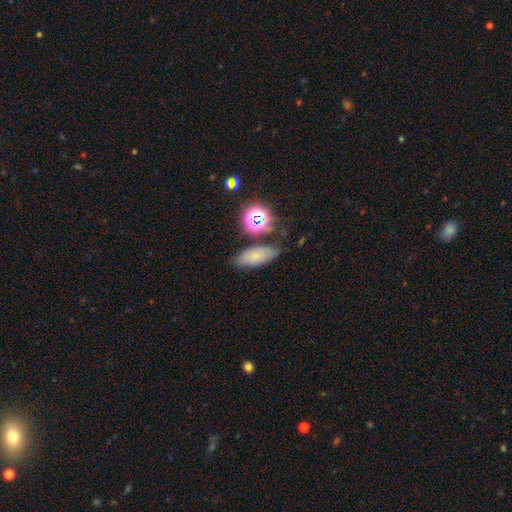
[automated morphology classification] This is likely a smooth galaxy (71%). How rounded: likely in between (74%). Merging: likely none (75%).